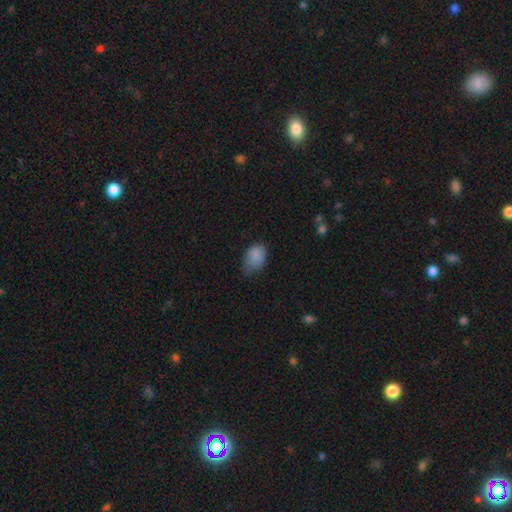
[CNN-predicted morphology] This is clearly a smooth galaxy (85%). How rounded: likely in between (80%). Merging: possibly none (46%).